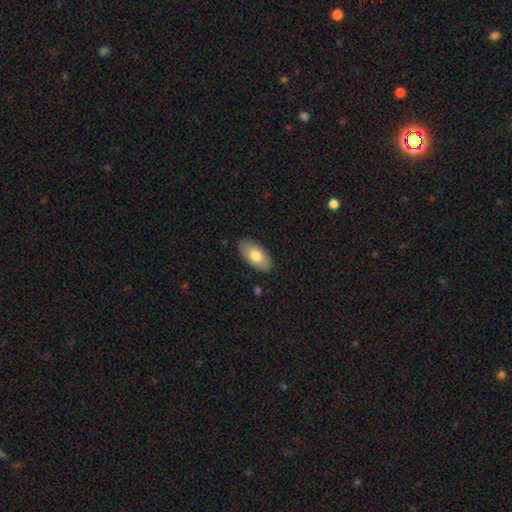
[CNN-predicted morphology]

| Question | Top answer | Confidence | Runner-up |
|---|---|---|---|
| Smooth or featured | smooth | 73% | featured or disk (21%) |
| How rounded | in between | 93% | cigar-shaped (4%) |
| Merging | none | 87% | minor disturbance (10%) |